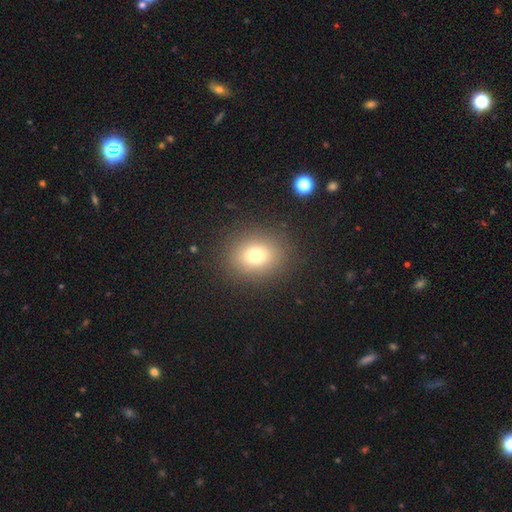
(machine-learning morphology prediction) smooth 75%, star or artifact 14%, featured or disk 11%. Down the decision tree: how rounded — round (63%); merging — none (88%).